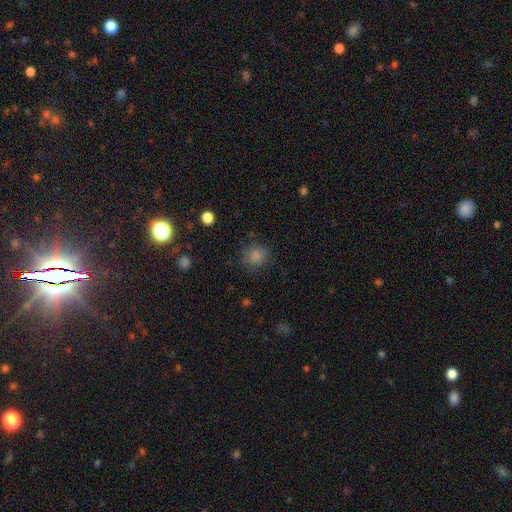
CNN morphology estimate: This appears to be a smooth galaxy with no disk features (83%) that is round (81%). Merging: none (80%).